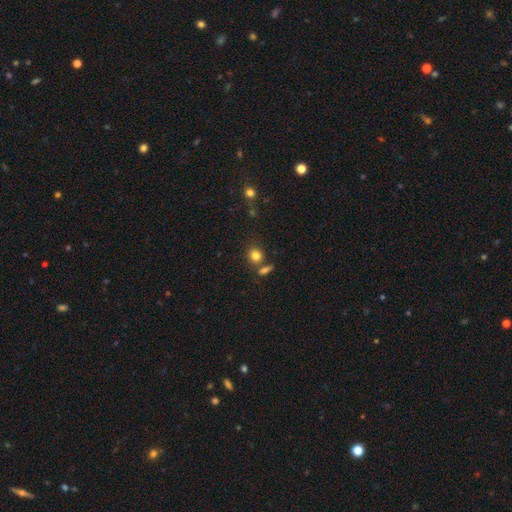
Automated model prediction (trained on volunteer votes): smooth-or-featured: smooth: 81% | star or artifact: 12% | featured or disk: 7%
  how-rounded: round: 76% | in between: 23% | cigar-shaped: 2%
  merging: none: 66% | merger: 19% | minor disturbance: 11% | major disturbance: 4%